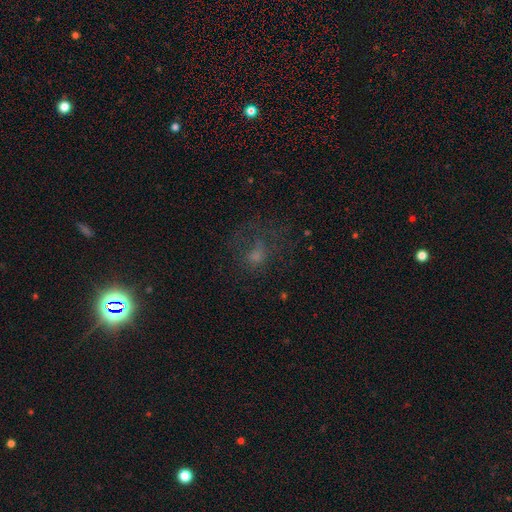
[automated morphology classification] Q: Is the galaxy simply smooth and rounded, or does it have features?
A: smooth — 47%.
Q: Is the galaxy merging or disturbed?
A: none — 43%.